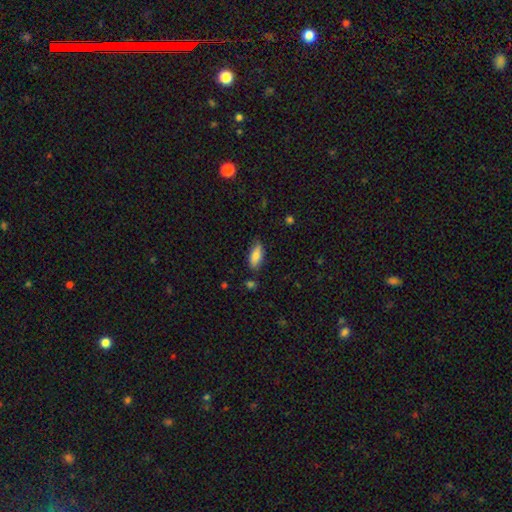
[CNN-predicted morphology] Smooth or featured? smooth (80%)
How rounded? in between (78%)
Merging? none (72%)